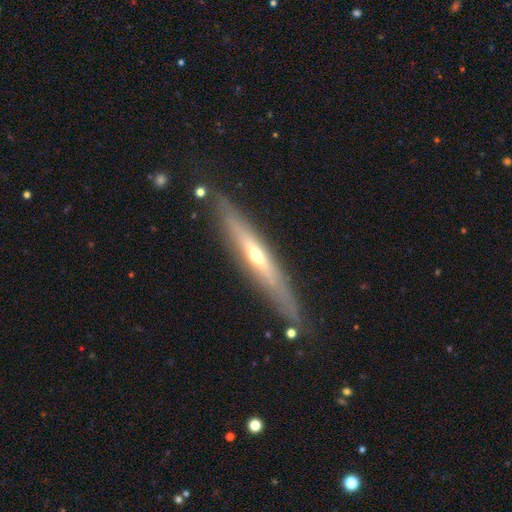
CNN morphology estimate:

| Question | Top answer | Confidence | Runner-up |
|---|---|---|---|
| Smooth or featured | featured or disk | 68% | smooth (25%) |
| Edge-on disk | yes | 86% | no (14%) |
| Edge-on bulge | rounded | 75% | none (22%) |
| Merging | none | 82% | minor disturbance (12%) |